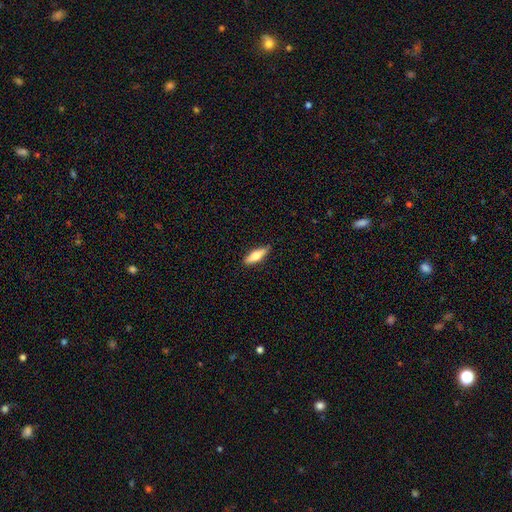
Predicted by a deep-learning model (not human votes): Smooth or featured? Predicted: smooth (p=0.65). How rounded? Predicted: cigar-shaped (p=0.52). Merging? Predicted: none (p=0.87).